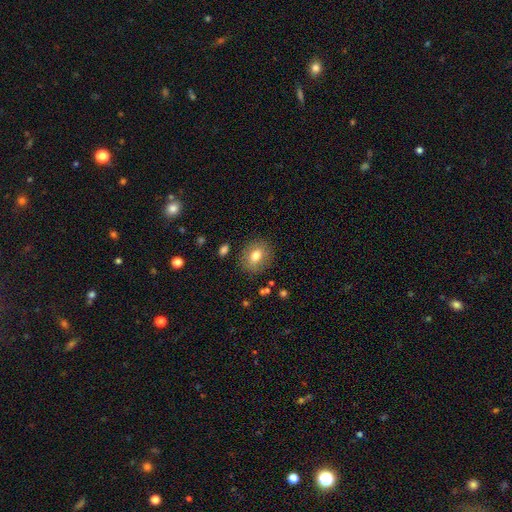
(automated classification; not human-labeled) Smooth or featured?
  - smooth: 74% *
  - featured or disk: 17%
  - star or artifact: 10%
How rounded?
  - round: 64% *
  - in between: 35%
  - cigar-shaped: 1%
Merging?
  - none: 84% *
  - minor disturbance: 10%
  - major disturbance: 3%
  - merger: 2%